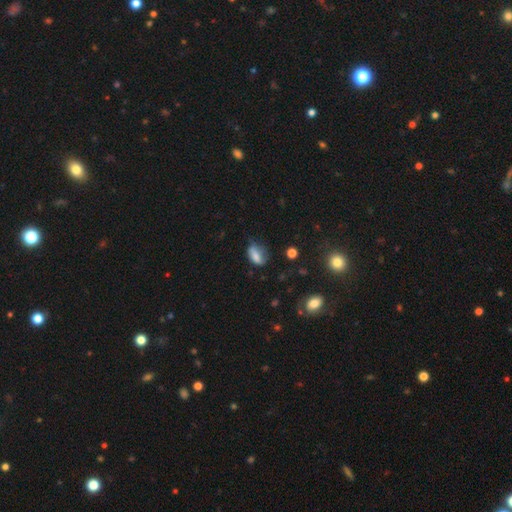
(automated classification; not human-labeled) Smooth or featured: smooth — 74% (featured or disk — 16%)
How rounded: in between — 85% (round — 8%)
Merging: none — 45% (minor disturbance — 38%)